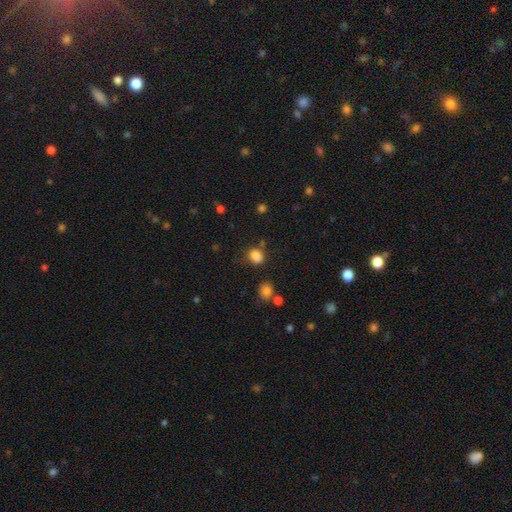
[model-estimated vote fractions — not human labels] This appears to be a smooth galaxy with no disk features (81%) that is in between round and cigar-shaped (51%). Merging: none (59%).